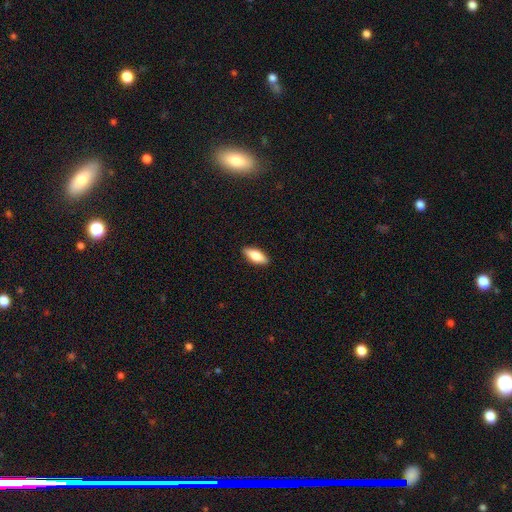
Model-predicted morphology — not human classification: Overall: smooth (73%). How rounded: in between (73%). Merging: none (89%).